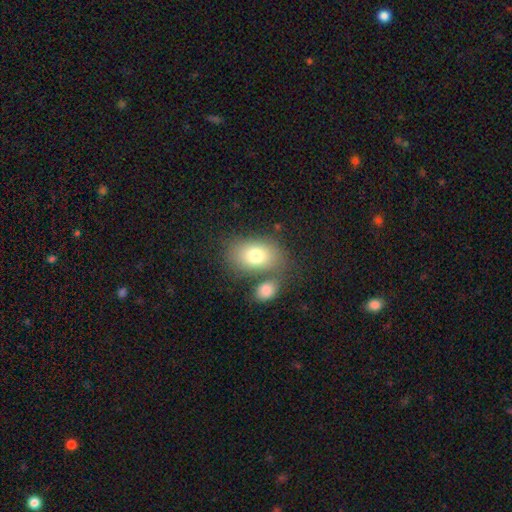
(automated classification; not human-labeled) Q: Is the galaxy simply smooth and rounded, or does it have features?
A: smooth — 76%.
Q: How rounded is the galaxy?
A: in between — 81%.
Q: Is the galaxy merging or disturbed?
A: none — 56%.